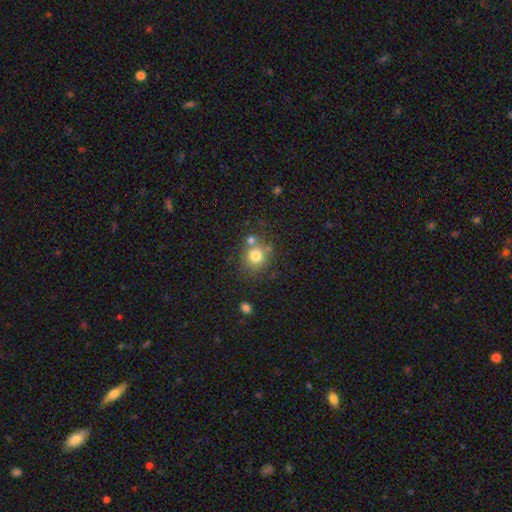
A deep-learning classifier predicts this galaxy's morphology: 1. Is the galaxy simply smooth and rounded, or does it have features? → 77% smooth, 13% star or artifact, 10% featured or disk.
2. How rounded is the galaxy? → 87% round, 12% in between, 1% cigar-shaped.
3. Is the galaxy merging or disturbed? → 65% none, 21% merger, 11% minor disturbance, 4% major disturbance.